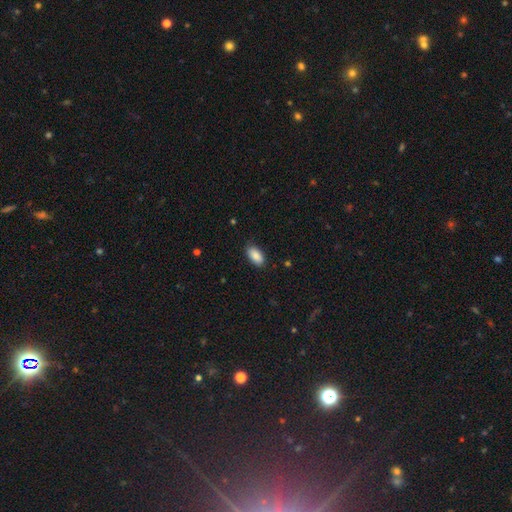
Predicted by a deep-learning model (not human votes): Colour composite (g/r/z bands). It shows a smooth galaxy with no disk features (88%) that is in between round and cigar-shaped (93%). Merging: none (85%).